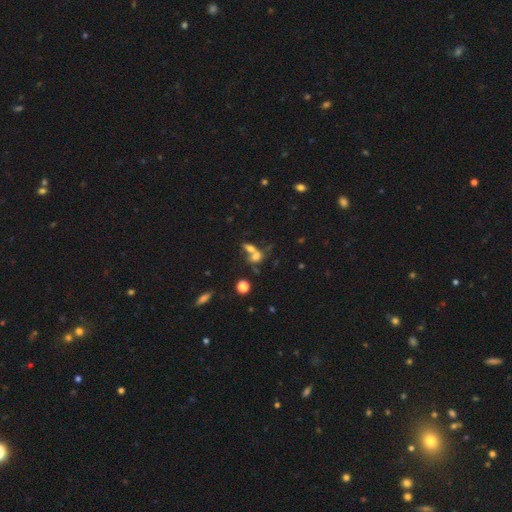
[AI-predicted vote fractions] Smooth or featured?
  - smooth: 63% *
  - featured or disk: 19%
  - star or artifact: 18%
How rounded?
  - in between: 61% *
  - round: 32%
  - cigar-shaped: 7%
Merging?
  - merger: 57% *
  - none: 28%
  - minor disturbance: 8%
  - major disturbance: 7%